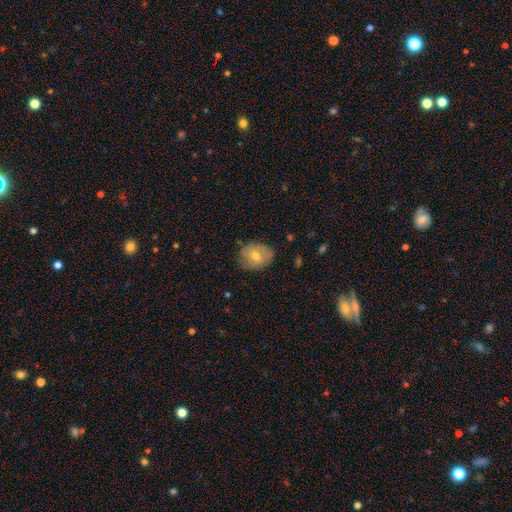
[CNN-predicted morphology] Smooth or featured? smooth (56%)
How rounded? in between (54%)
Merging? none (74%)